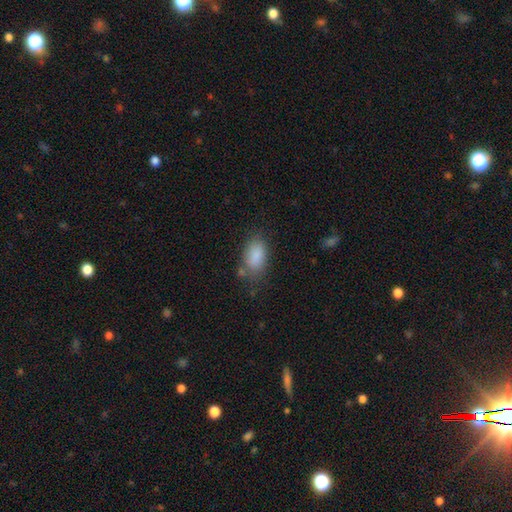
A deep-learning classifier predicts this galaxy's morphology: A smooth galaxy with no disk features (87%) that is in between round and cigar-shaped (91%).

Vote fractions:
- Smooth or featured? smooth: 87% / star or artifact: 7% / featured or disk: 6%
- How rounded? in between: 91% / round: 6% / cigar-shaped: 3%
- Merging? none: 66% / minor disturbance: 21% / major disturbance: 7% / merger: 6%